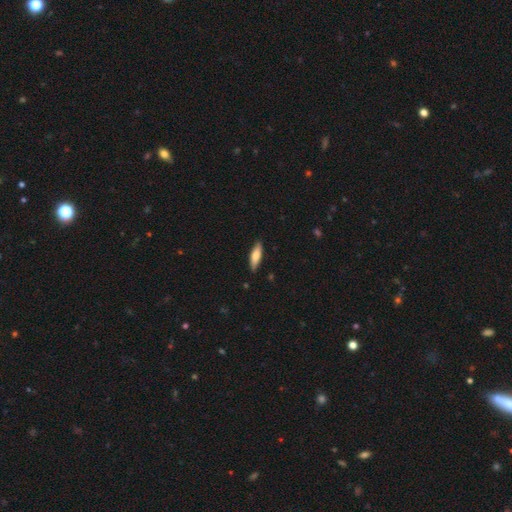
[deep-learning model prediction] This is likely a smooth galaxy (75%). How rounded: possibly cigar-shaped (54%). Merging: clearly none (86%).